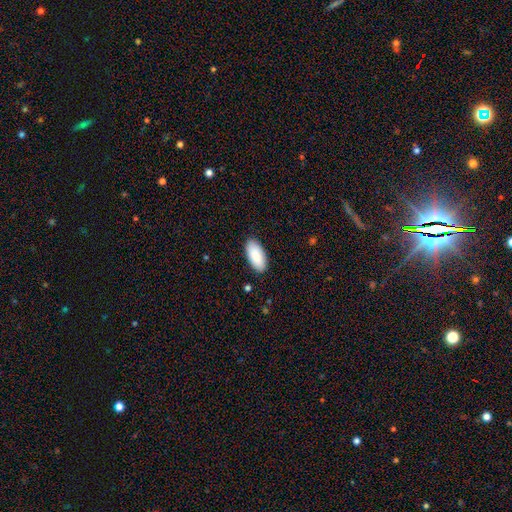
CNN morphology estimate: smooth-or-featured: smooth: 90% | star or artifact: 6% | featured or disk: 5%
  how-rounded: in between: 92% | cigar-shaped: 6% | round: 2%
  merging: none: 89% | minor disturbance: 9% | major disturbance: 2% | merger: 1%